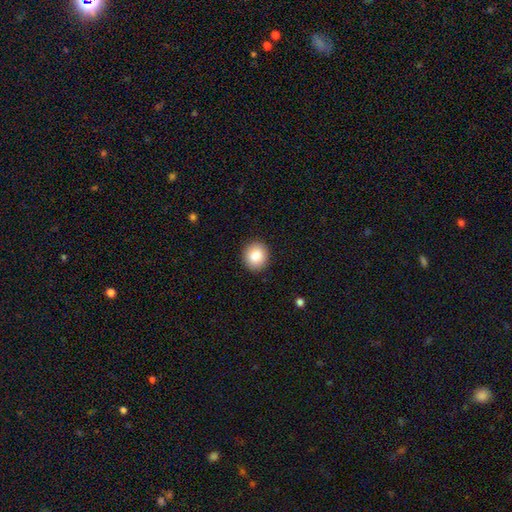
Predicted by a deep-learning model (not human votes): Smooth or featured? smooth (85%)
How rounded? round (80%)
Merging? none (91%)